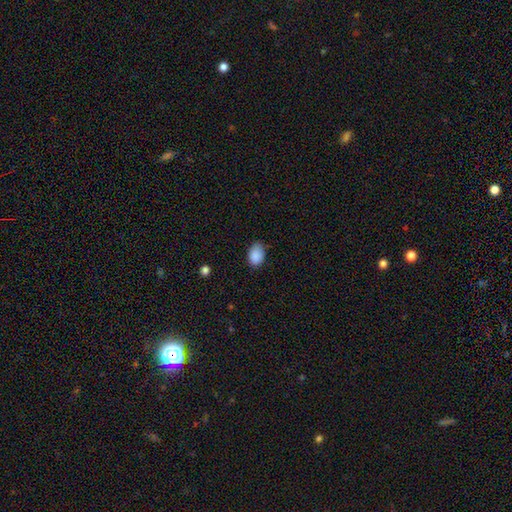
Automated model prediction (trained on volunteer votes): smooth-or-featured: smooth: 88% | star or artifact: 8% | featured or disk: 4%
  how-rounded: in between: 84% | round: 15% | cigar-shaped: 1%
  merging: none: 72% | minor disturbance: 23% | major disturbance: 4% | merger: 1%